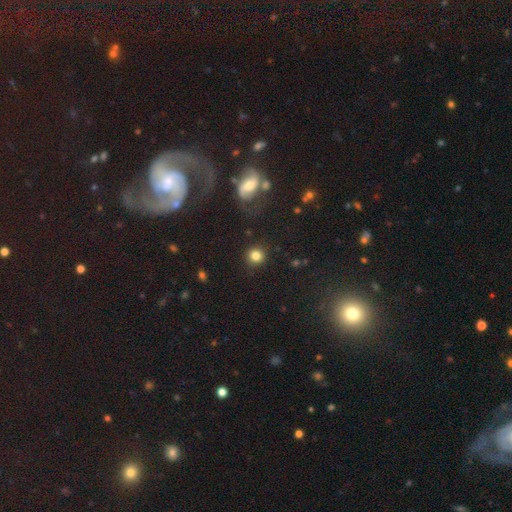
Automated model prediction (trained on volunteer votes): Morphology: type=smooth (82%); roundness=round (92%); merging=none (89%).